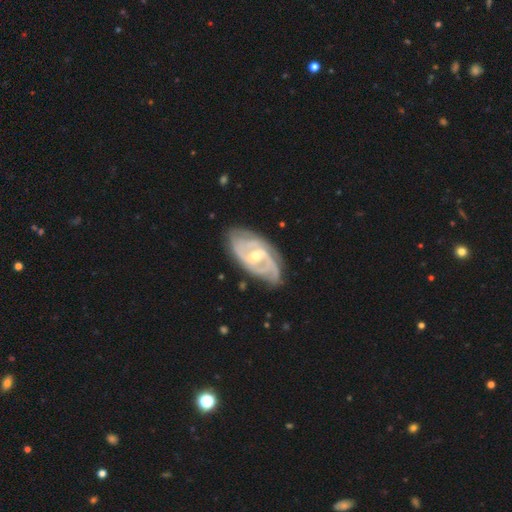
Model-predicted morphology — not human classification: Smooth or featured: featured or disk — 90% (smooth — 6%)
Edge-on disk: no — 96% (yes — 4%)
Bar: weak — 47% (no — 36%)
Spiral arms: yes — 97% (no — 3%)
Spiral winding: tight — 54% (medium — 38%)
Spiral arm count: 2 — 40% (3 — 28%)
Bulge size: moderate — 51% (small — 46%)
Merging: none — 74% (minor disturbance — 19%)